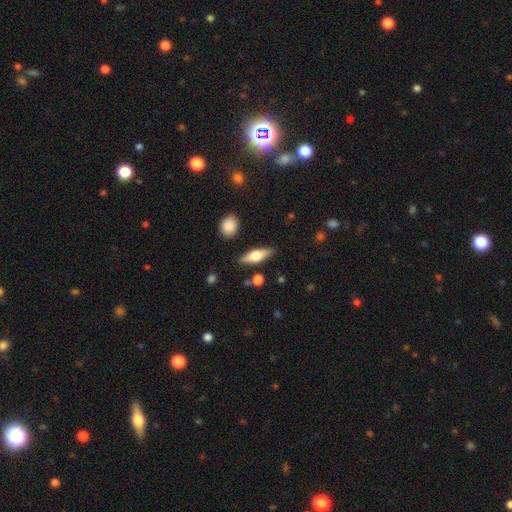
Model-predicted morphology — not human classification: The model was most divided on "smooth or featured": smooth: 48%, featured or disk: 46%, star or artifact: 6%. More confident: merging — none (84%).